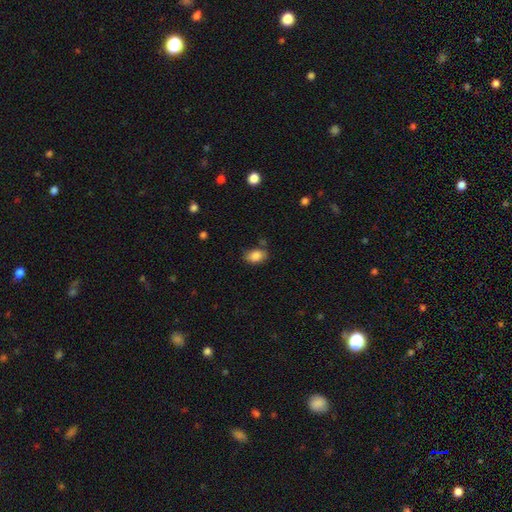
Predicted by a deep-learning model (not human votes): Q: Smooth or featured?
A: smooth (86%); runner-up: star or artifact (8%)
Q: How rounded?
A: in between (82%); runner-up: round (17%)
Q: Merging?
A: none (71%); runner-up: minor disturbance (21%)